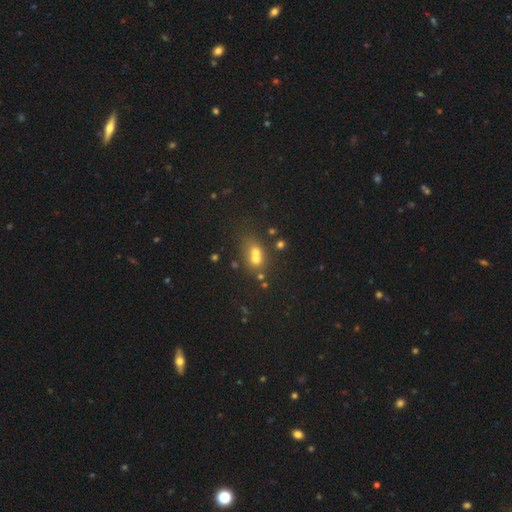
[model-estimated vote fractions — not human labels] This appears to be a smooth galaxy with no disk features (58%) that is round (59%). Merging: merger (62%).